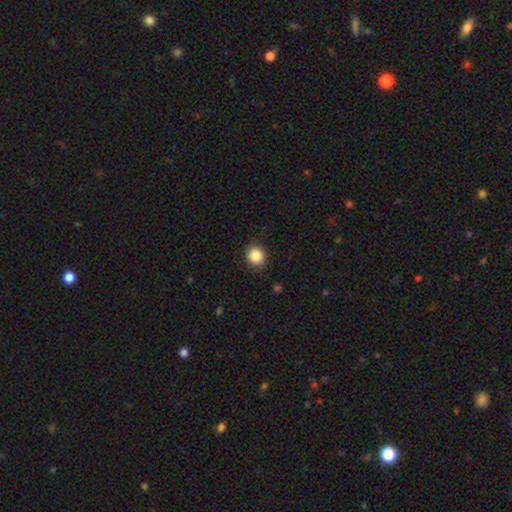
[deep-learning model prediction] Overall: smooth (87%). How rounded: round (89%). Merging: none (89%).